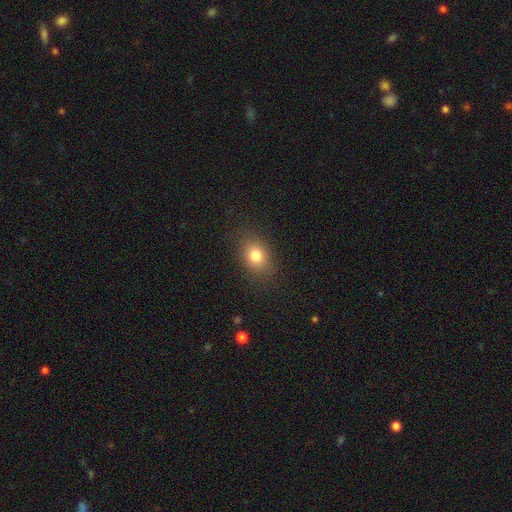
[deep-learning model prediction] Smooth or featured: smooth — 80% (star or artifact — 11%)
How rounded: in between — 64% (round — 35%)
Merging: none — 84% (minor disturbance — 11%)